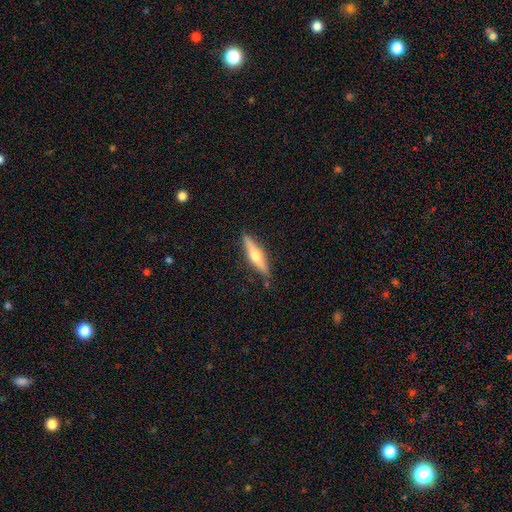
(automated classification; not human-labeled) This is possibly a featured or disk galaxy (59%). It is clearly viewed edge-on (95%). Edge-on bulge: clearly rounded (94%). Merging: clearly none (86%).